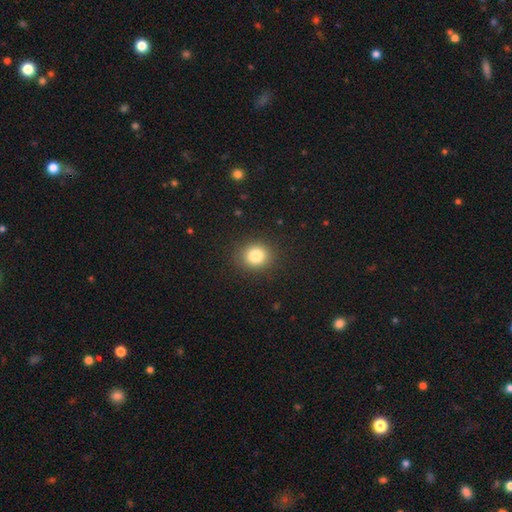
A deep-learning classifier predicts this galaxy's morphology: This appears to be a smooth galaxy with no disk features (82%) that is round (76%). Merging: none (89%).